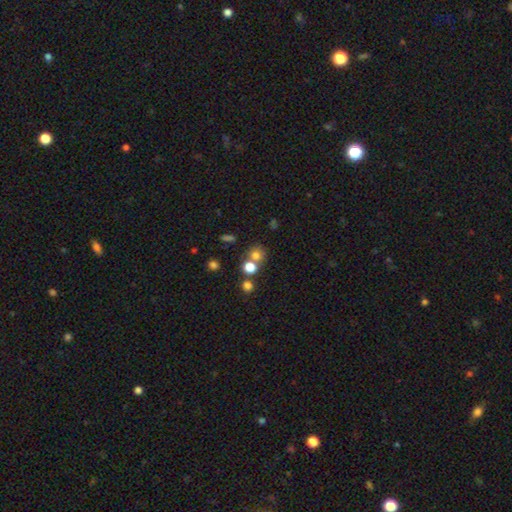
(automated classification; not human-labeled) smooth 72%, star or artifact 18%, featured or disk 10%. Down the decision tree: how rounded — round (83%); merging — none (57%).